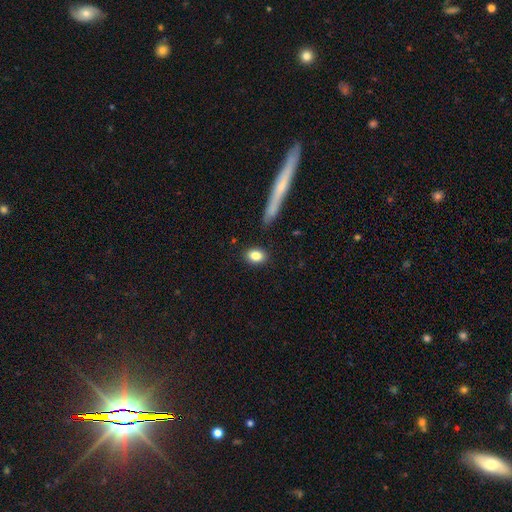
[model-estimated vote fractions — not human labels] A smooth galaxy with no disk features (83%) that is in between round and cigar-shaped (69%). Merging: none (88%).